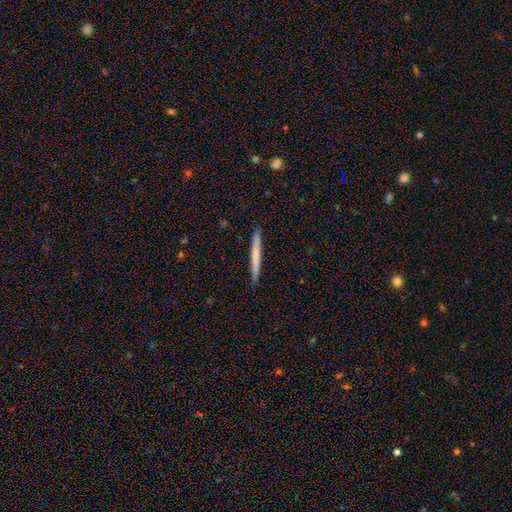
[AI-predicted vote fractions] smooth 66%, featured or disk 29%, star or artifact 5%. Down the decision tree: how rounded — cigar-shaped (97%); merging — none (92%).